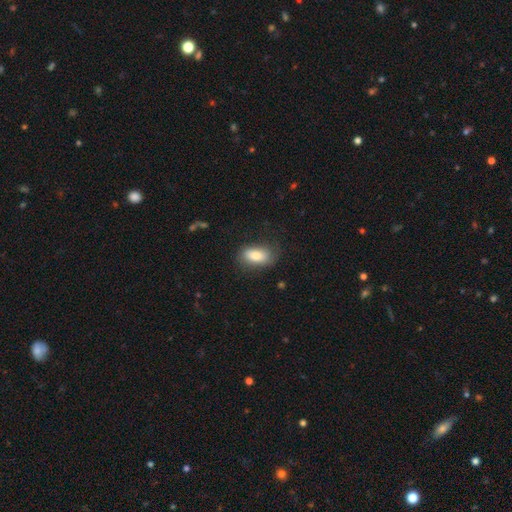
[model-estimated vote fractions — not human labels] Morphology: type=smooth (80%); roundness=in between (90%); merging=none (72%).